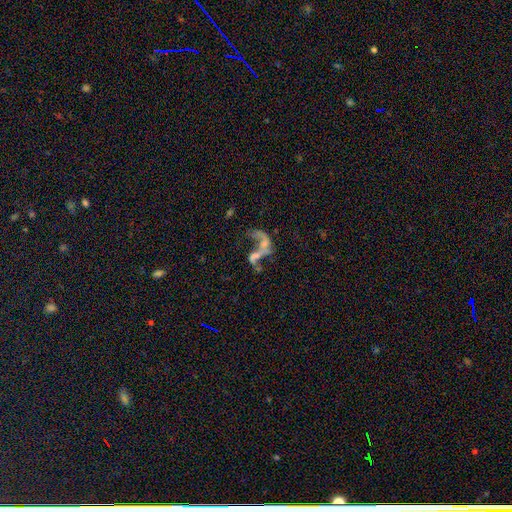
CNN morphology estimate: A featured or disk galaxy (62%) with no bar (74%), no spiral arms (56%) and no central bulge (45%). Merging: merger (49%).